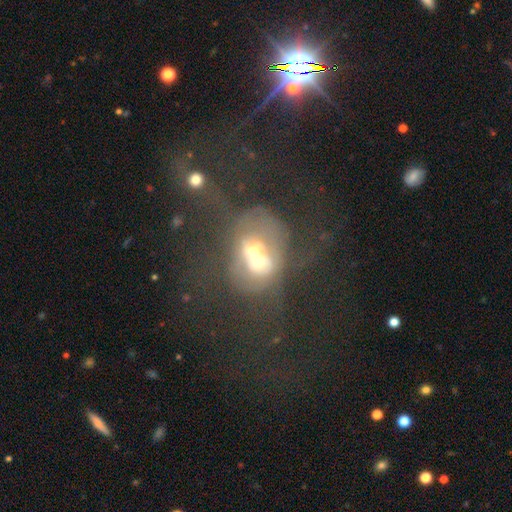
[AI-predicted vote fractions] Smooth or featured? featured or disk (46%)
Merging? merger (73%)